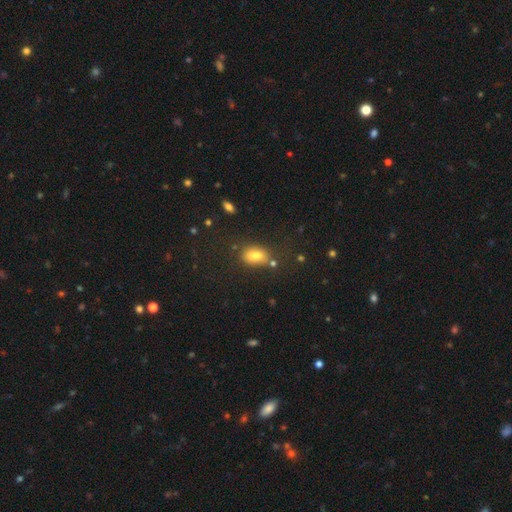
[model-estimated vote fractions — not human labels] smooth 77%, star or artifact 12%, featured or disk 11%. Down the decision tree: how rounded — in between (80%); merging — none (66%).